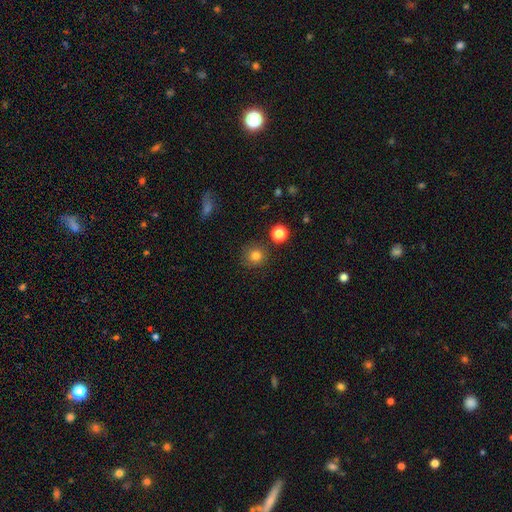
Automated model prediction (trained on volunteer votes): This is clearly a smooth galaxy (81%). How rounded: clearly round (93%). Merging: clearly none (87%).